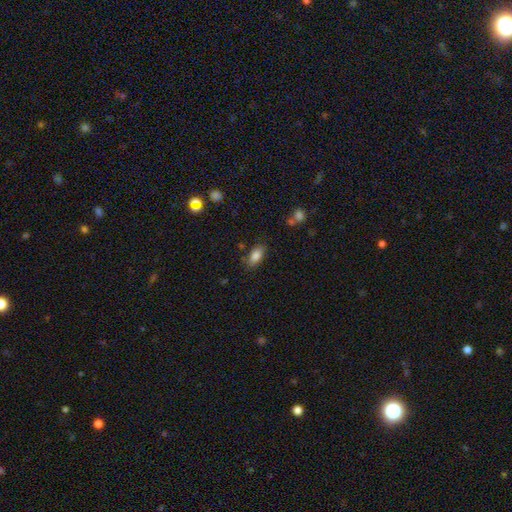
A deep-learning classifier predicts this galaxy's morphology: This appears to be a smooth galaxy with no disk features (84%) that is in between round and cigar-shaped (89%). Merging: none (80%).